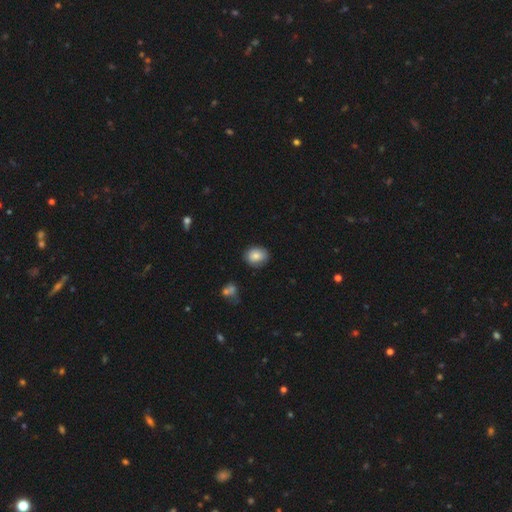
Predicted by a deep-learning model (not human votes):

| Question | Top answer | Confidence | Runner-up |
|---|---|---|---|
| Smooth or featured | smooth | 82% | featured or disk (9%) |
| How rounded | round | 54% | in between (45%) |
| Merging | none | 81% | minor disturbance (14%) |